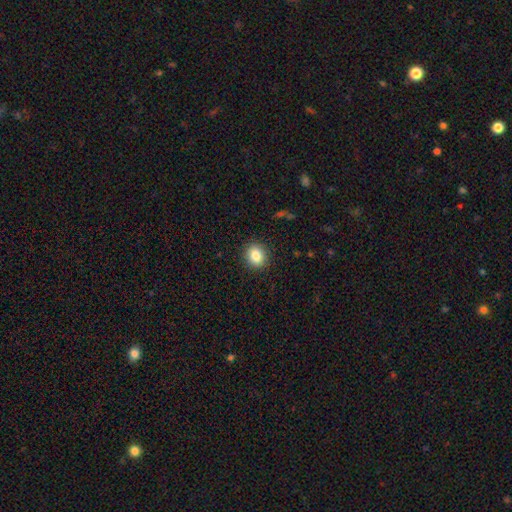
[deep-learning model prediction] A smooth galaxy with no disk features (84%) that is round (69%).

Vote fractions:
- Smooth or featured? smooth: 84% / star or artifact: 9% / featured or disk: 6%
- How rounded? round: 69% / in between: 30% / cigar-shaped: 1%
- Merging? none: 90% / minor disturbance: 7% / major disturbance: 2% / merger: 1%